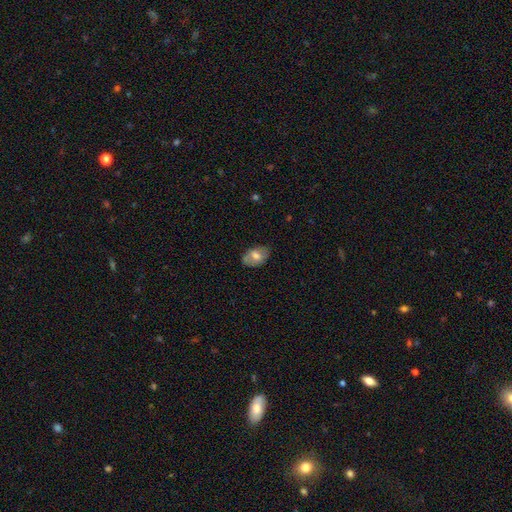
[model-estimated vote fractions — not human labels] Smooth or featured? smooth (61%)
How rounded? in between (86%)
Merging? none (72%)